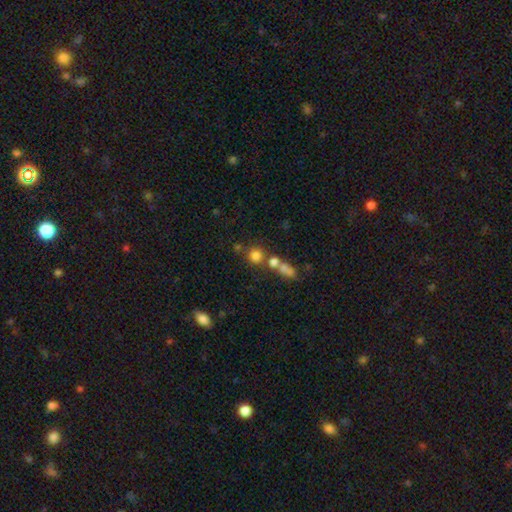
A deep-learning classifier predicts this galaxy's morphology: A smooth galaxy with no disk features (75%) that is round (88%). Merging: none (60%).